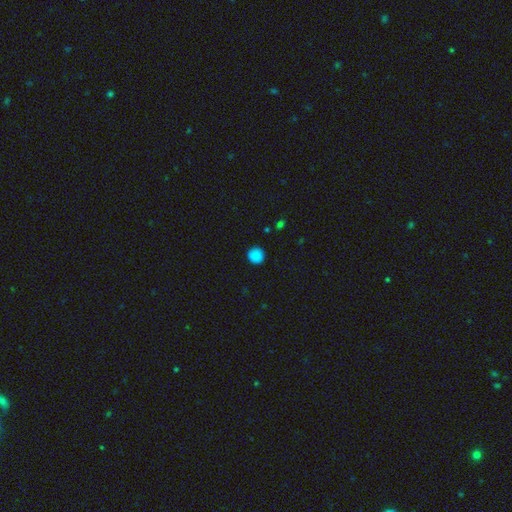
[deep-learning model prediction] Smooth or featured: smooth — 87% (star or artifact — 10%)
How rounded: round — 94% (in between — 6%)
Merging: none — 90% (minor disturbance — 7%)